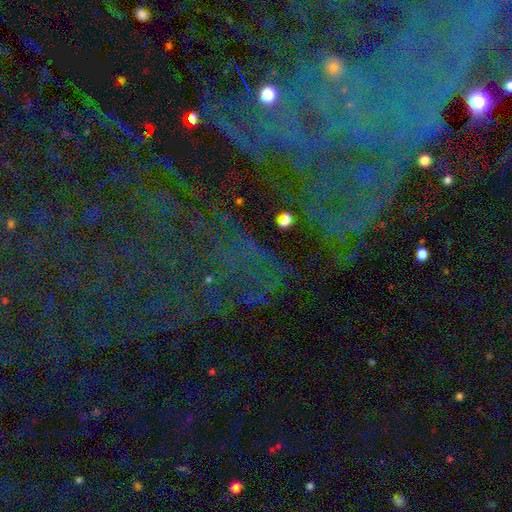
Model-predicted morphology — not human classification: Overall: star or artifact (74%).